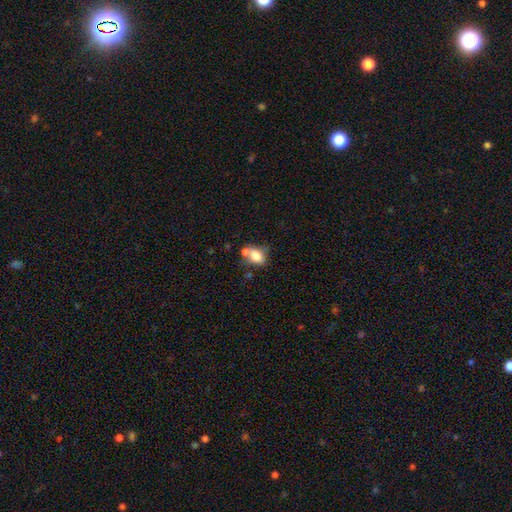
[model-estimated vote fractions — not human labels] Smooth or featured? smooth (74%)
How rounded? in between (67%)
Merging? none (44%)